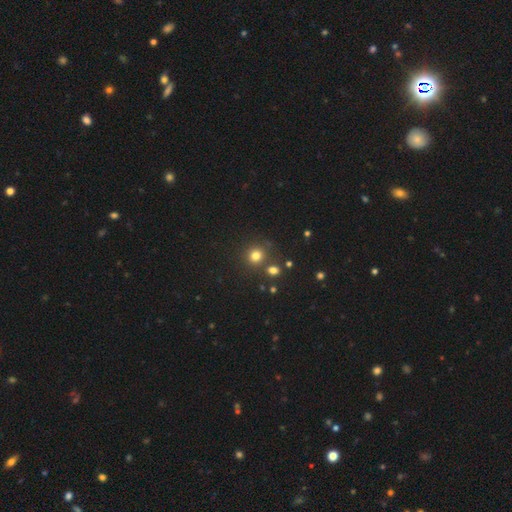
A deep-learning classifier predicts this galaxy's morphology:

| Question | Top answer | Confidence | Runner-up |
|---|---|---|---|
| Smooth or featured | smooth | 77% | star or artifact (17%) |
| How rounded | round | 89% | in between (10%) |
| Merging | none | 79% | merger (10%) |